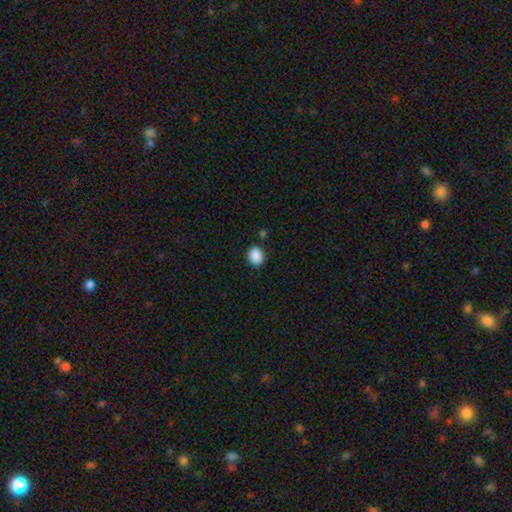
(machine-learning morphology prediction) This appears to be a smooth galaxy with no disk features (89%) that is round (63%). Merging: none (87%).